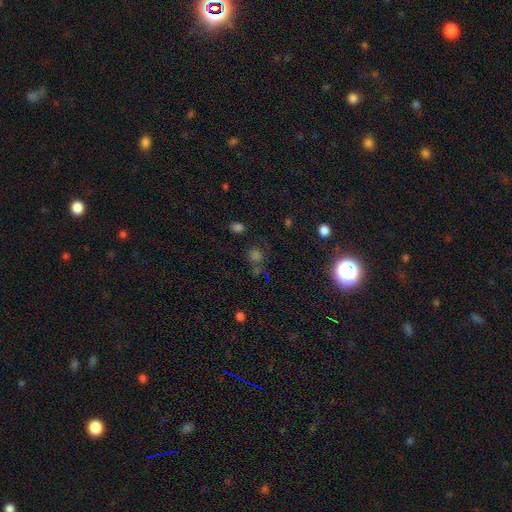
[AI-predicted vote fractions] star or artifact 46%, smooth 45%, featured or disk 9%.